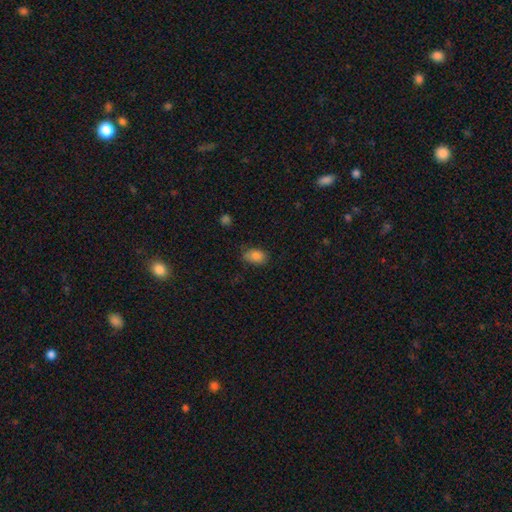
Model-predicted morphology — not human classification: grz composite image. It shows a smooth galaxy with no disk features (85%) that is in between round and cigar-shaped (86%). Merging: none (70%).